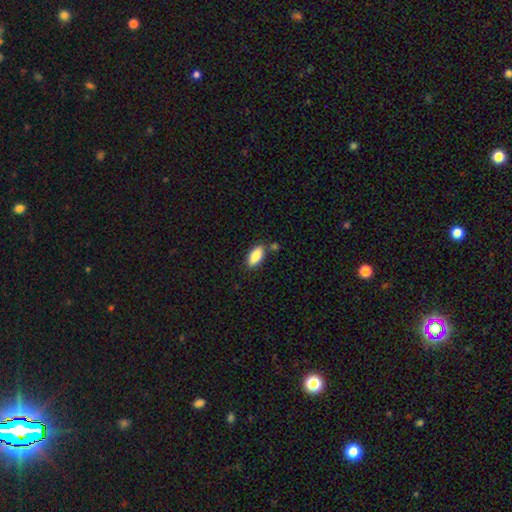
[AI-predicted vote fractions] smooth_or_featured: smooth (p=0.84) [alt: featured or disk p=0.09]
how_rounded: in between (p=0.85) [alt: cigar-shaped p=0.12]
merging: none (p=0.76) [alt: minor disturbance p=0.13]